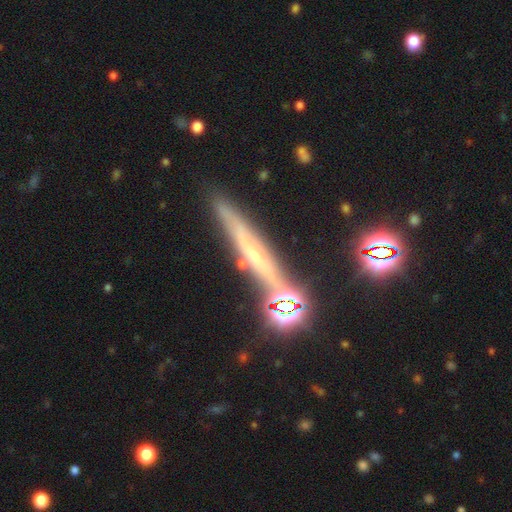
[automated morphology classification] type=featured or disk (52%); edge-on=yes (90%); merging=none (80%).